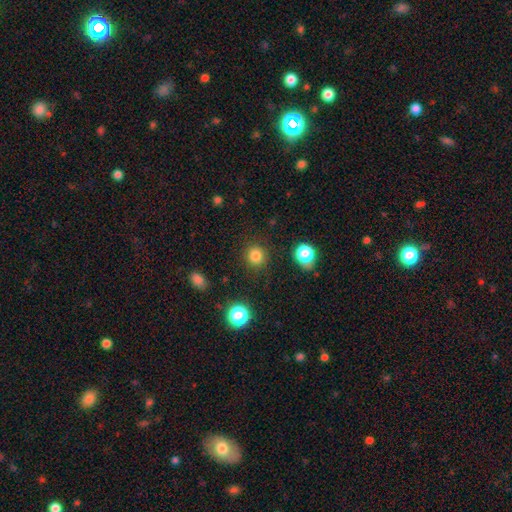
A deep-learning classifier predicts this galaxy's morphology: smooth-or-featured: smooth: 82% | star or artifact: 14% | featured or disk: 4%
  how-rounded: round: 93% | in between: 6% | cigar-shaped: 1%
  merging: none: 89% | minor disturbance: 6% | major disturbance: 3% | merger: 2%